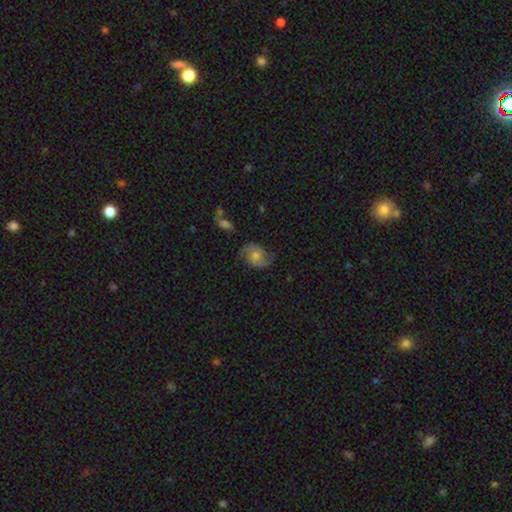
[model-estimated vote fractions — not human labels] Smooth or featured: featured or disk — 79% (smooth — 13%)
Edge-on disk: no — 98% (yes — 2%)
Bar: no — 68% (weak — 28%)
Spiral arms: yes — 96% (no — 4%)
Spiral winding: medium — 50% (loose — 29%)
Spiral arm count: 2 — 91% (can't tell — 4%)
Bulge size: moderate — 56% (small — 32%)
Merging: none — 78% (minor disturbance — 15%)